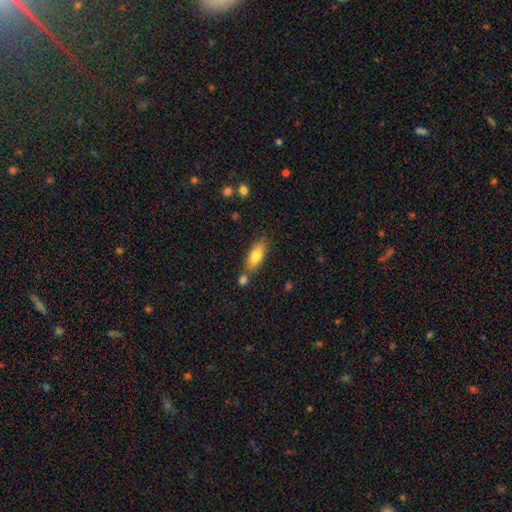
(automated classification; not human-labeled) Smooth or featured? Predicted: smooth (p=0.79). How rounded? Predicted: in between (p=0.77). Merging? Predicted: none (p=0.64).